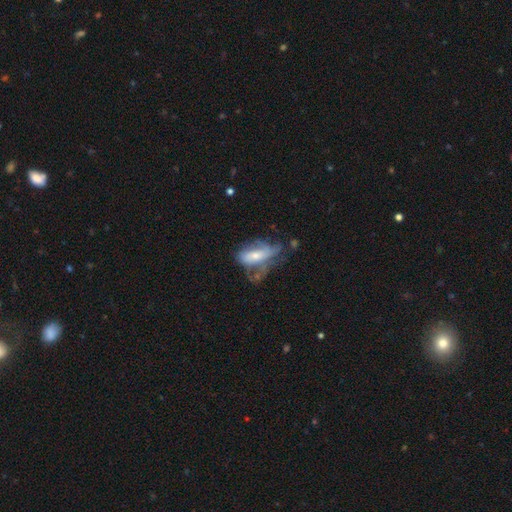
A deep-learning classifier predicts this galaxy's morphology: A featured or disk galaxy (53%). Merging: major disturbance (36%).